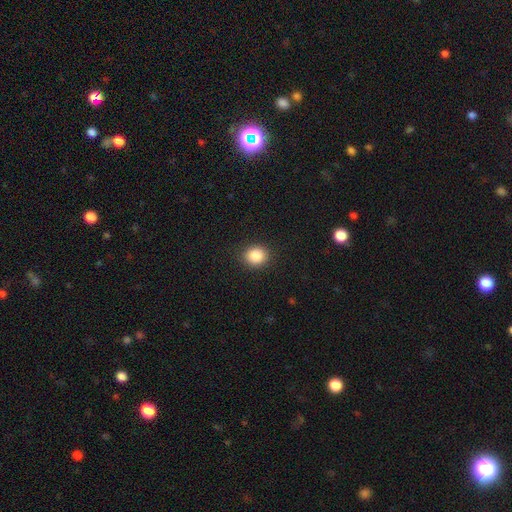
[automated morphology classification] type=smooth (87%); roundness=round (71%); merging=none (89%).